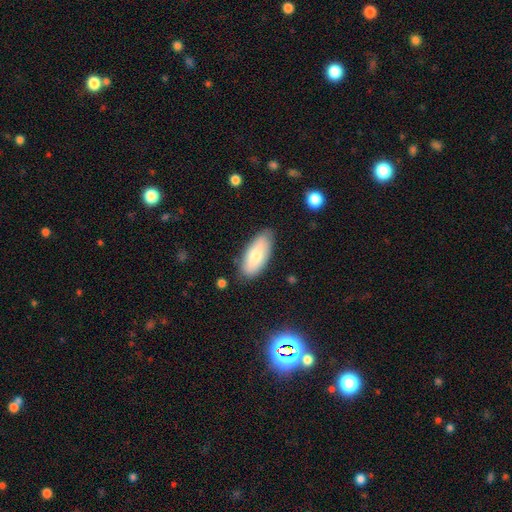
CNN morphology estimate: Q: Smooth or featured?
A: smooth (73%); runner-up: featured or disk (21%)
Q: How rounded?
A: in between (84%); runner-up: cigar-shaped (14%)
Q: Merging?
A: none (79%); runner-up: minor disturbance (16%)